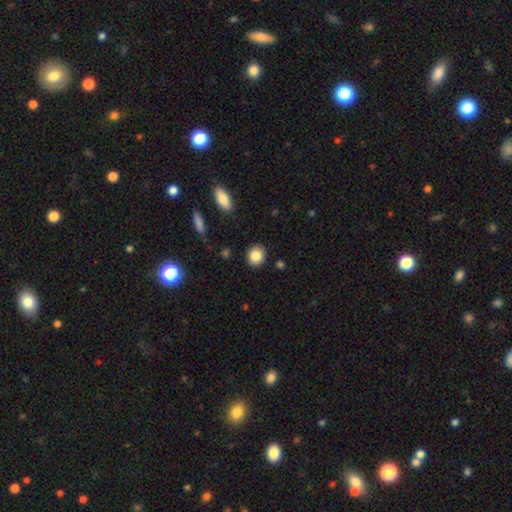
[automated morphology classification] This appears to be a smooth galaxy with no disk features (85%) that is round (80%). Merging: none (90%).